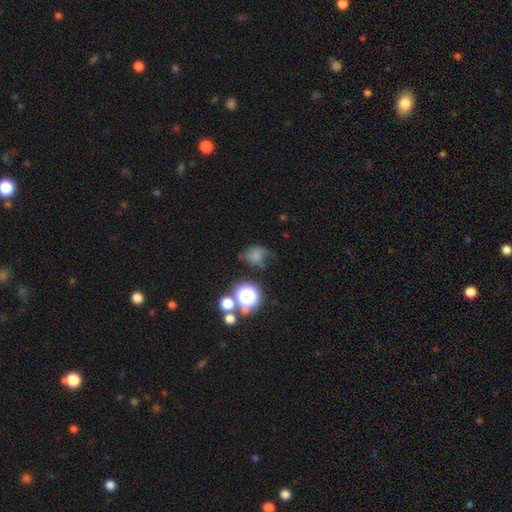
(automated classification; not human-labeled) Overall: smooth (64%). How rounded: round (64%; in between 35%). Merging: none (46%; minor disturbance 28%).